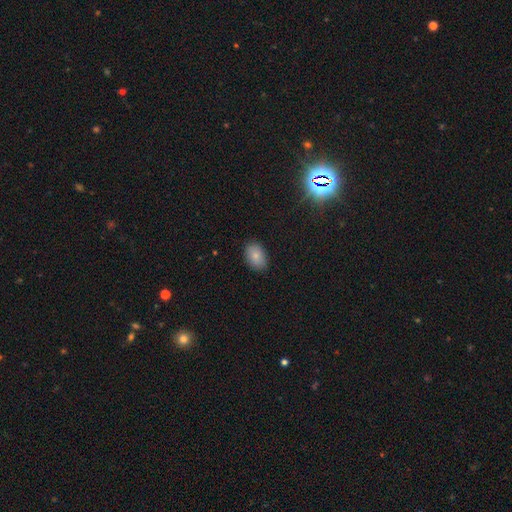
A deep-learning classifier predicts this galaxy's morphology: A smooth galaxy with no disk features (83%) that is in between round and cigar-shaped (86%). Merging: none (87%).